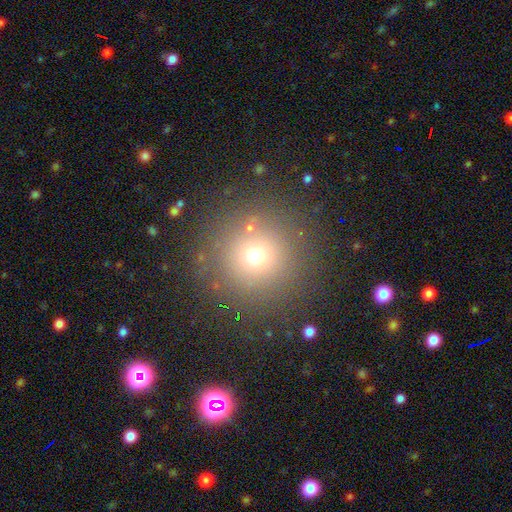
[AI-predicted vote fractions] smooth-or-featured: smooth: 67% | star or artifact: 22% | featured or disk: 10%
  how-rounded: round: 95% | in between: 4% | cigar-shaped: 1%
  merging: none: 86% | minor disturbance: 7% | major disturbance: 4% | merger: 3%